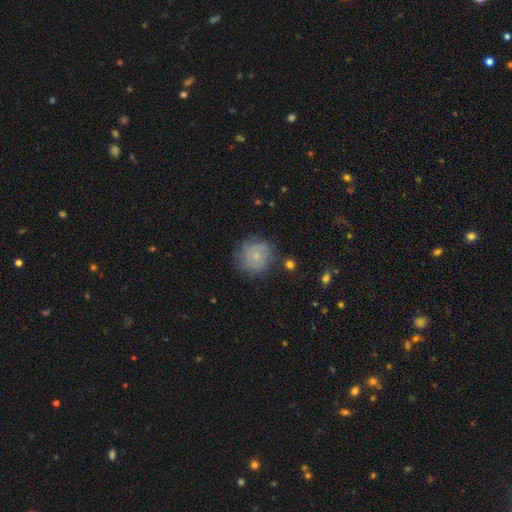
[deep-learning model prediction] A smooth galaxy with no disk features (64%) that is round (91%). Merging: none (71%).